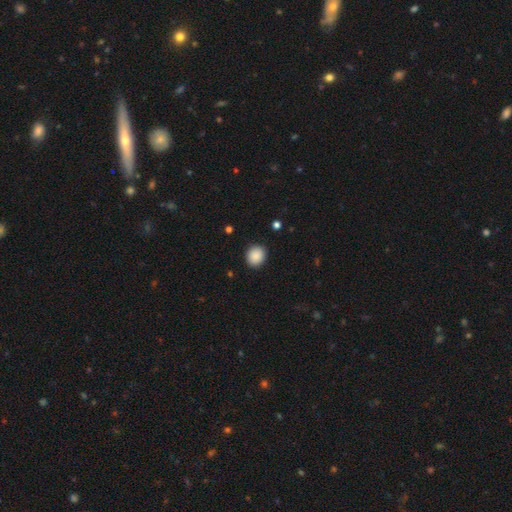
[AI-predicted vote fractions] smooth-or-featured: smooth: 89% | star or artifact: 8% | featured or disk: 3%
  how-rounded: round: 79% | in between: 21% | cigar-shaped: 1%
  merging: none: 90% | minor disturbance: 7% | major disturbance: 2% | merger: 1%